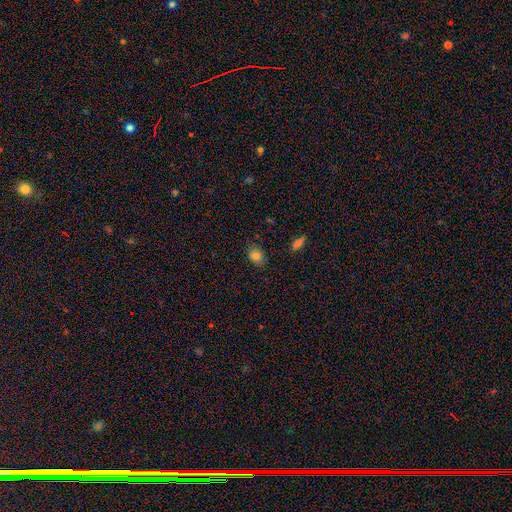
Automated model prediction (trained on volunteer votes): Q: Smooth or featured?
A: smooth (83%); runner-up: star or artifact (11%)
Q: How rounded?
A: in between (68%); runner-up: round (31%)
Q: Merging?
A: none (77%); runner-up: minor disturbance (17%)